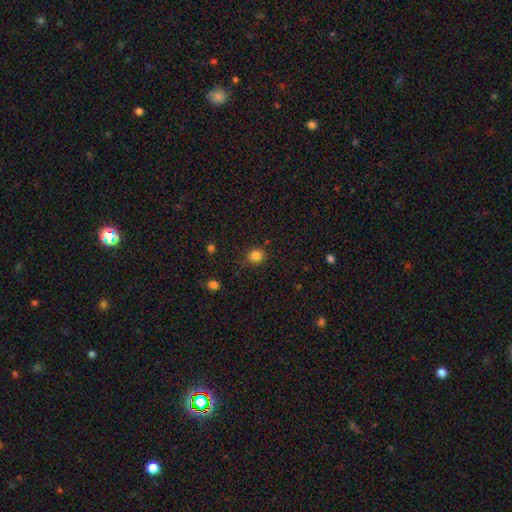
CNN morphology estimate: smooth 83%, star or artifact 12%, featured or disk 4%. Down the decision tree: how rounded — round (86%); merging — none (82%).